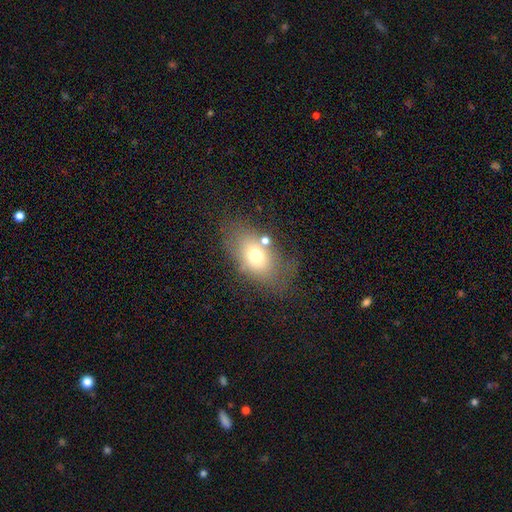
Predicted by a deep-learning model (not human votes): Smooth or featured? Predicted: smooth (p=0.67). How rounded? Predicted: in between (p=0.79). Merging? Predicted: none (p=0.60).